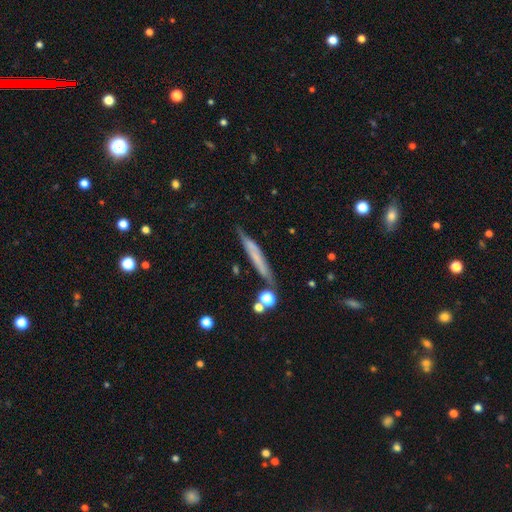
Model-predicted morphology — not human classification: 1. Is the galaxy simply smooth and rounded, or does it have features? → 49% smooth, 42% featured or disk, 8% star or artifact.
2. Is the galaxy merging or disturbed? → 75% none, 16% minor disturbance, 4% merger, 4% major disturbance.